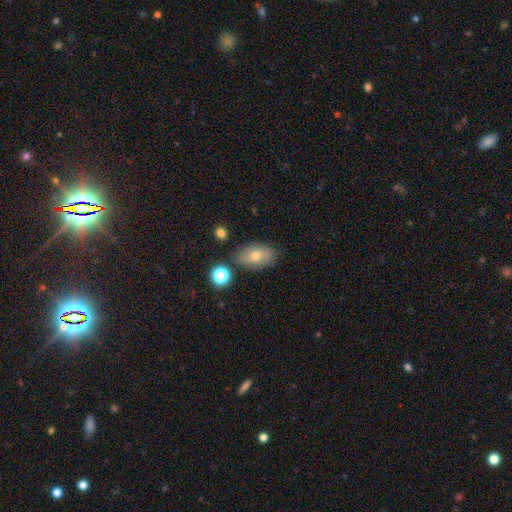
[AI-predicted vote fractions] Morphology: type=smooth (66%); roundness=in between (87%); merging=none (77%).